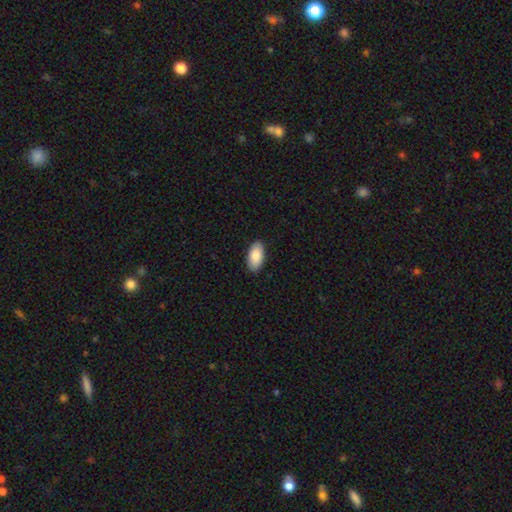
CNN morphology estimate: Smooth or featured?
  - smooth: 88% *
  - featured or disk: 6%
  - star or artifact: 6%
How rounded?
  - in between: 95% *
  - cigar-shaped: 3%
  - round: 2%
Merging?
  - none: 89% *
  - minor disturbance: 8%
  - major disturbance: 2%
  - merger: 1%